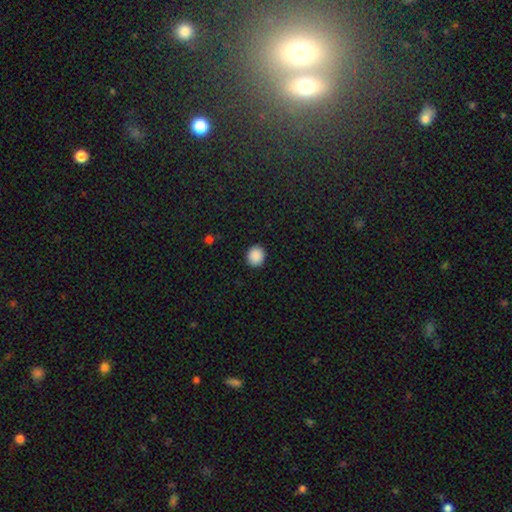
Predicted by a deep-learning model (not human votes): This is clearly a smooth galaxy (89%). How rounded: likely round (79%). Merging: clearly none (92%).